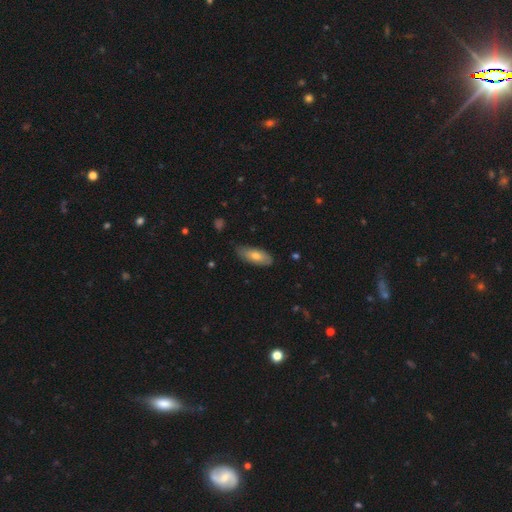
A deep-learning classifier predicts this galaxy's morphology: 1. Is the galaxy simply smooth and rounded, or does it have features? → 70% smooth, 24% featured or disk, 6% star or artifact.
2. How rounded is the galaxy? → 78% in between, 19% cigar-shaped, 2% round.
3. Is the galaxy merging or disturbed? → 77% none, 19% minor disturbance, 3% major disturbance, 1% merger.